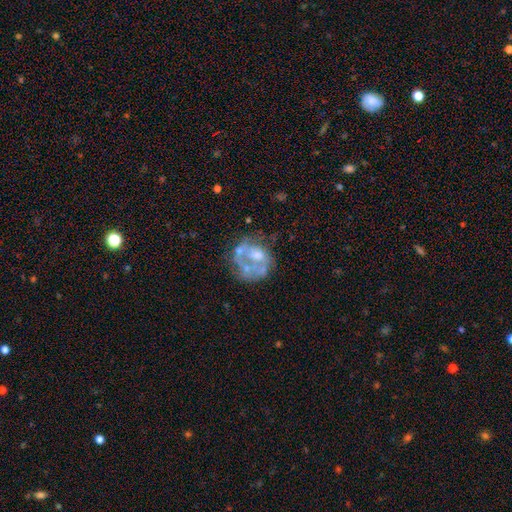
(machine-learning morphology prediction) This appears to be a featured or disk galaxy (63%) with no bar (87%), no spiral arms (81%) and a moderate central bulge (41%). Merging: none (39%).